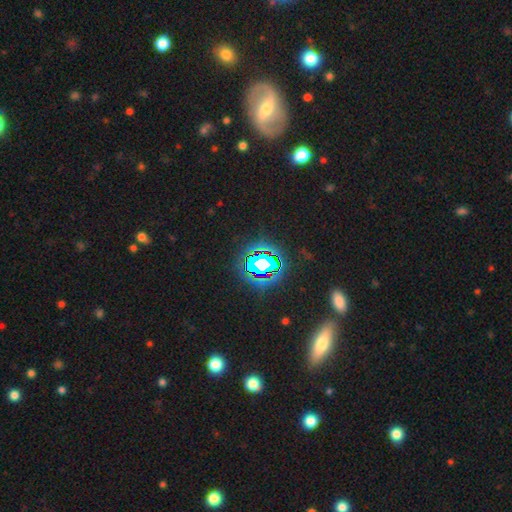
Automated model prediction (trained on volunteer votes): Morphology: type=star or artifact (75%).